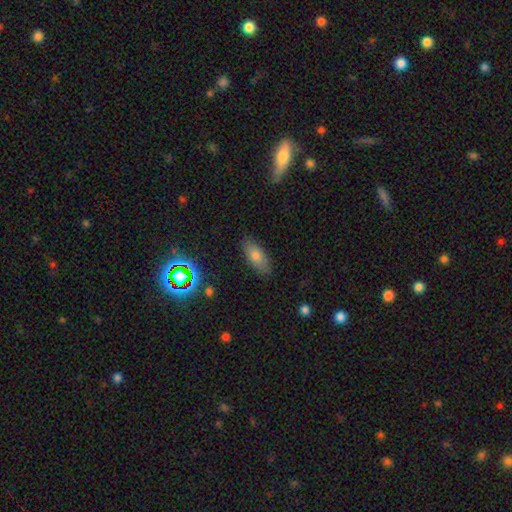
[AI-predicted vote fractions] This appears to be a smooth galaxy with no disk features (74%) that is in between round and cigar-shaped (84%). Merging: none (85%).